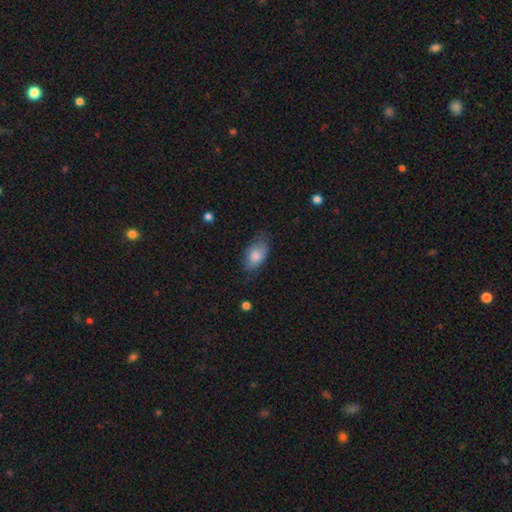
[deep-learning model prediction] smooth-or-featured: smooth: 82% | featured or disk: 12% | star or artifact: 7%
  how-rounded: in between: 90% | round: 7% | cigar-shaped: 2%
  merging: none: 64% | minor disturbance: 27% | major disturbance: 8% | merger: 1%